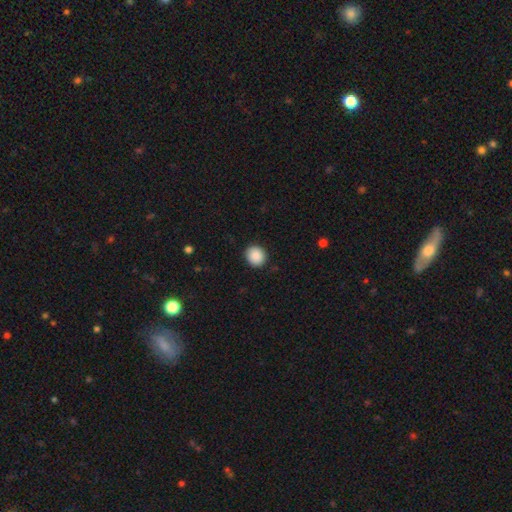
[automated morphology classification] Q: Smooth or featured?
A: smooth (90%); runner-up: star or artifact (8%)
Q: How rounded?
A: round (81%); runner-up: in between (18%)
Q: Merging?
A: none (90%); runner-up: minor disturbance (7%)